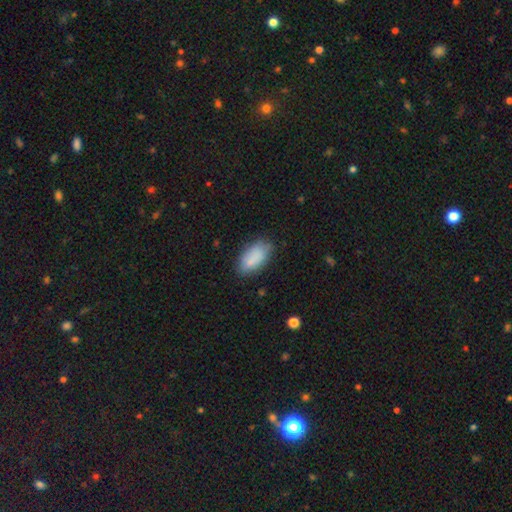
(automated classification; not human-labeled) Smooth or featured?
  - smooth: 84% *
  - featured or disk: 9%
  - star or artifact: 7%
How rounded?
  - in between: 93% *
  - round: 4%
  - cigar-shaped: 3%
Merging?
  - none: 72% *
  - minor disturbance: 20%
  - major disturbance: 5%
  - merger: 2%